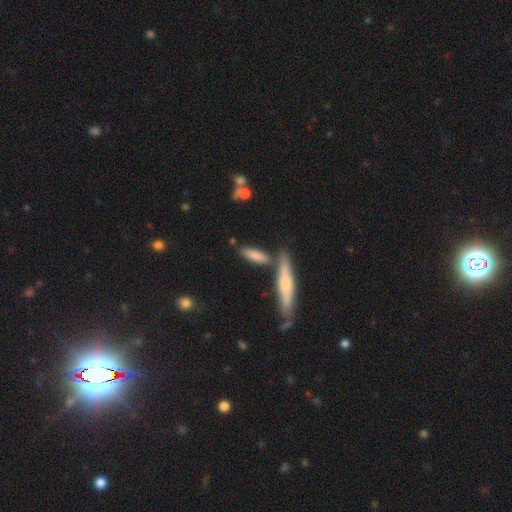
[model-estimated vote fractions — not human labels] The model was most divided on "how rounded": cigar-shaped: 58%, in between: 39%, round: 2%. More confident: smooth or featured — smooth (77%); merging — none (65%).